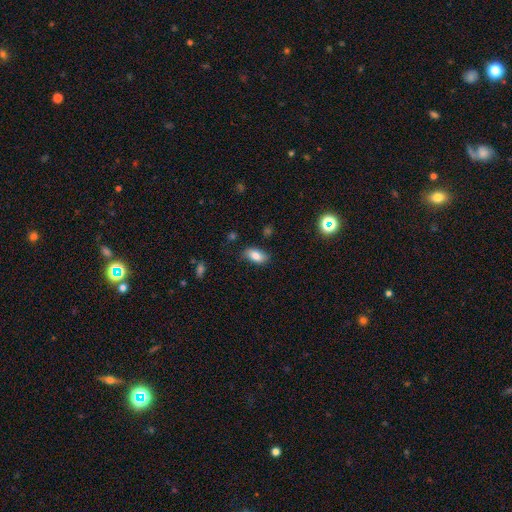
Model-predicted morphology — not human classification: Smooth or featured: smooth — 80% (featured or disk — 12%)
How rounded: in between — 91% (cigar-shaped — 5%)
Merging: none — 77% (minor disturbance — 17%)